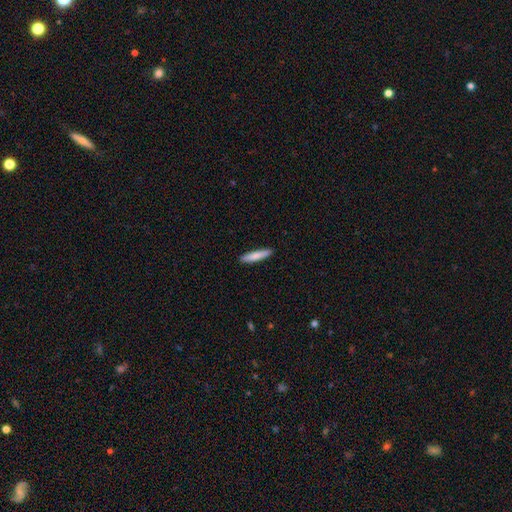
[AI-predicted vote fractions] A smooth galaxy with no disk features (82%) that is cigar-shaped (86%). Merging: none (91%).